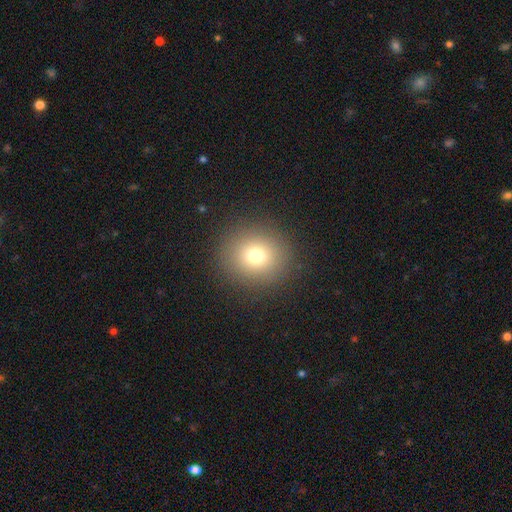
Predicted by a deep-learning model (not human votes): Smooth or featured?
  - smooth: 74% *
  - star or artifact: 15%
  - featured or disk: 11%
How rounded?
  - round: 91% *
  - in between: 8%
  - cigar-shaped: 1%
Merging?
  - none: 90% *
  - minor disturbance: 6%
  - major disturbance: 3%
  - merger: 1%